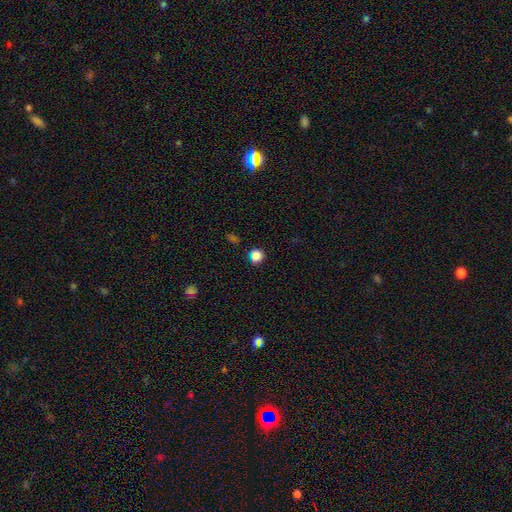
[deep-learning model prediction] Q: Smooth or featured?
A: smooth (82%); runner-up: star or artifact (14%)
Q: How rounded?
A: round (84%); runner-up: in between (15%)
Q: Merging?
A: none (82%); runner-up: minor disturbance (12%)